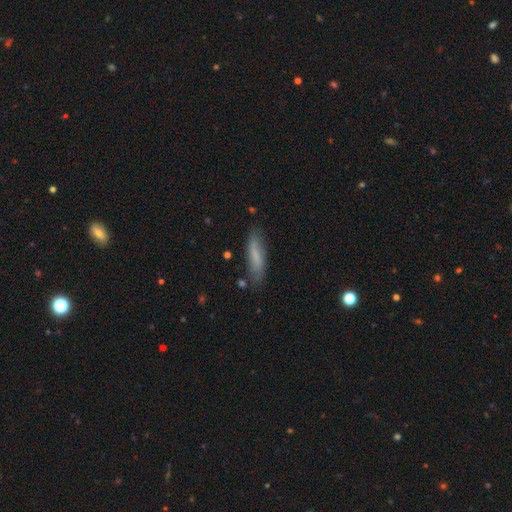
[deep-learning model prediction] Q: Smooth or featured?
A: smooth (66%); runner-up: featured or disk (27%)
Q: How rounded?
A: cigar-shaped (66%); runner-up: in between (33%)
Q: Merging?
A: none (73%); runner-up: minor disturbance (19%)